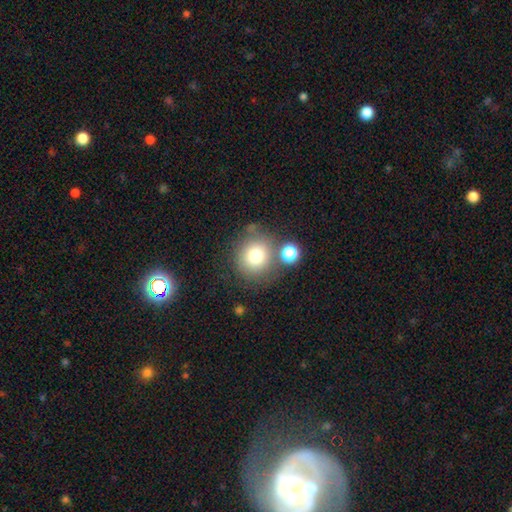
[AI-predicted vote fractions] Smooth or featured? smooth (77%)
How rounded? round (88%)
Merging? none (67%)